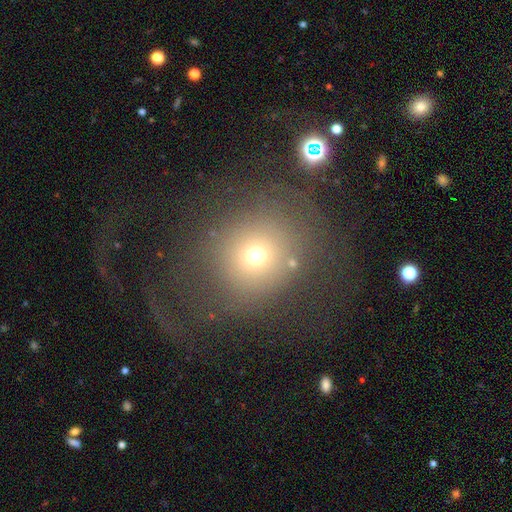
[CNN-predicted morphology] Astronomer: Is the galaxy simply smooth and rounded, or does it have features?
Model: smooth — 62%.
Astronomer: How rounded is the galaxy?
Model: round — 83%.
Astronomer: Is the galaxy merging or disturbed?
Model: none — 48% (runner-up: major disturbance, 34%).